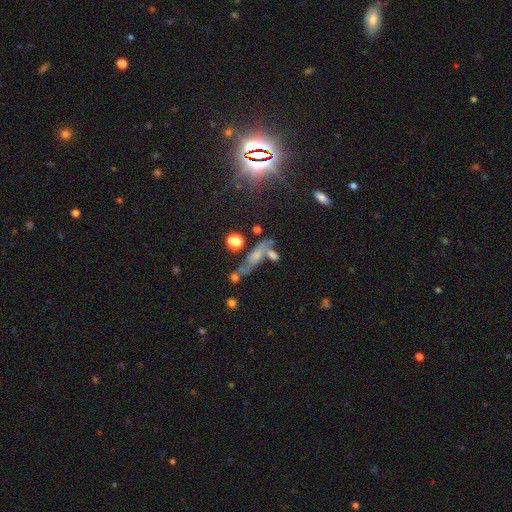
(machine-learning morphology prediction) Smooth or featured?
  - featured or disk: 44% *
  - smooth: 37%
  - star or artifact: 18%
Merging?
  - none: 45% *
  - merger: 23%
  - minor disturbance: 19%
  - major disturbance: 13%